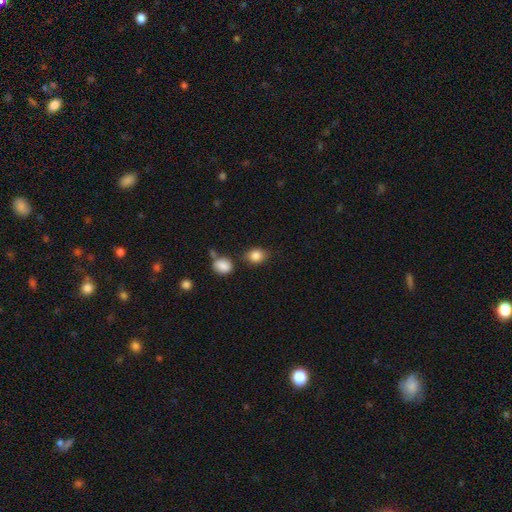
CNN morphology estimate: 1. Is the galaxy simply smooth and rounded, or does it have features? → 85% smooth, 10% star or artifact, 6% featured or disk.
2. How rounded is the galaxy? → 49% in between (tied), 49% round (tied), 1% cigar-shaped.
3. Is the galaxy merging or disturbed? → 74% none, 15% minor disturbance, 8% merger, 4% major disturbance.